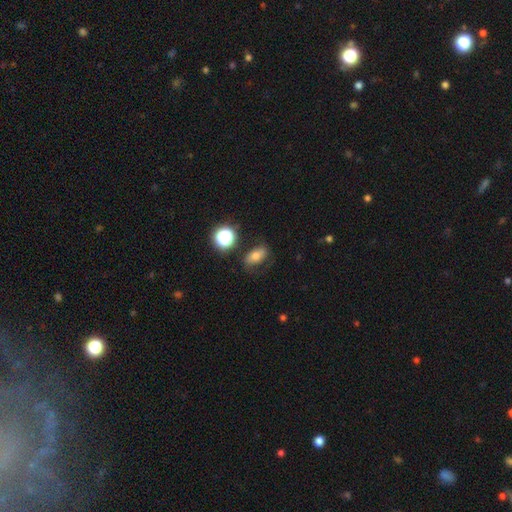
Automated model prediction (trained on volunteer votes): Smooth or featured? Predicted: smooth (p=0.65). How rounded? Predicted: in between (p=0.82). Merging? Predicted: none (p=0.67).